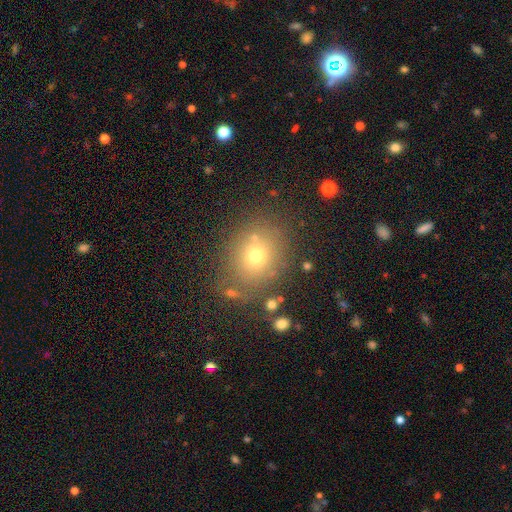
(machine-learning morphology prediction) The model was most divided on "how rounded": round: 60%, in between: 39%, cigar-shaped: 1%. More confident: merging — none (75%); smooth or featured — smooth (71%).